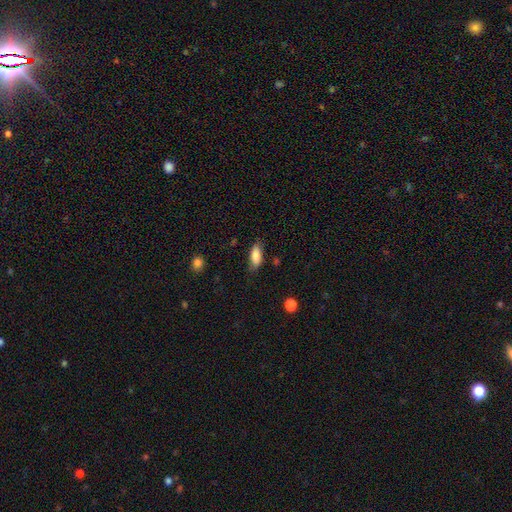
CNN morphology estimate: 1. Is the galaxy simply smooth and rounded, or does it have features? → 82% smooth, 11% featured or disk, 7% star or artifact.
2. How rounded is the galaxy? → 78% in between, 19% cigar-shaped, 3% round.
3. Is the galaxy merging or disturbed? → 76% none, 18% minor disturbance, 4% major disturbance, 2% merger.